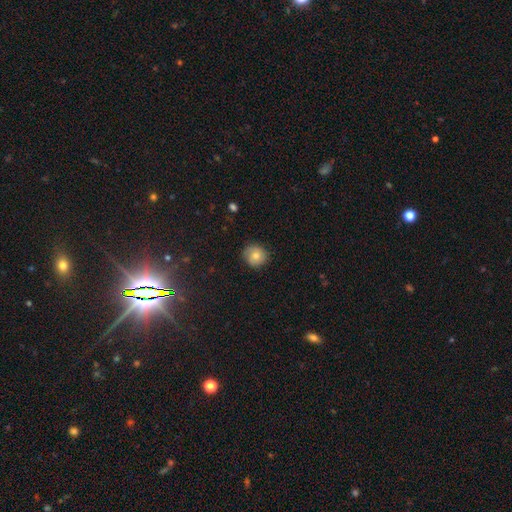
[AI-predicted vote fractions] A smooth galaxy with no disk features (68%) that is round (88%). Merging: none (77%).